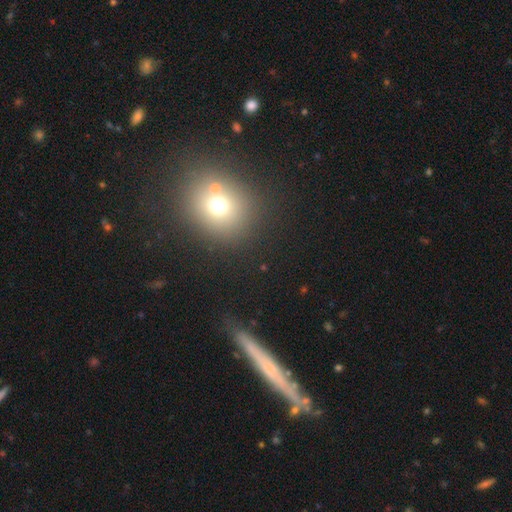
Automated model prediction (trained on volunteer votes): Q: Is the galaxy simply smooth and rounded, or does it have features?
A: smooth — 51%.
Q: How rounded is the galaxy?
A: round — 75%.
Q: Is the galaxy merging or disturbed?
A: none — 85%.